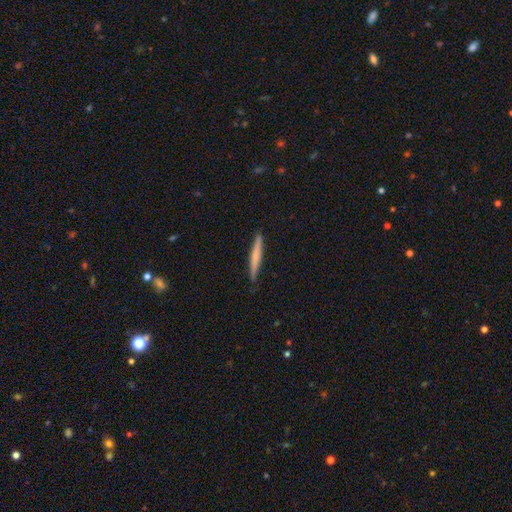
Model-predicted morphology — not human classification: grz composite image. It shows a smooth galaxy with no disk features (61%) that is cigar-shaped (96%). Merging: none (87%).